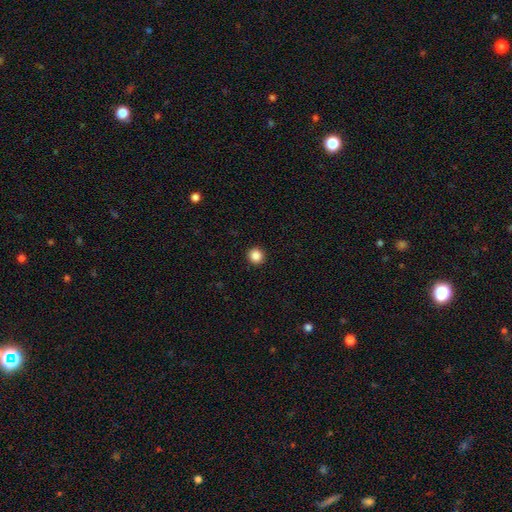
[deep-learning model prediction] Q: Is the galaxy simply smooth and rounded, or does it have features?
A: smooth — 87%.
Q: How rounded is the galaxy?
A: round — 95%.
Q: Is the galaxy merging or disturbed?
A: none — 94%.